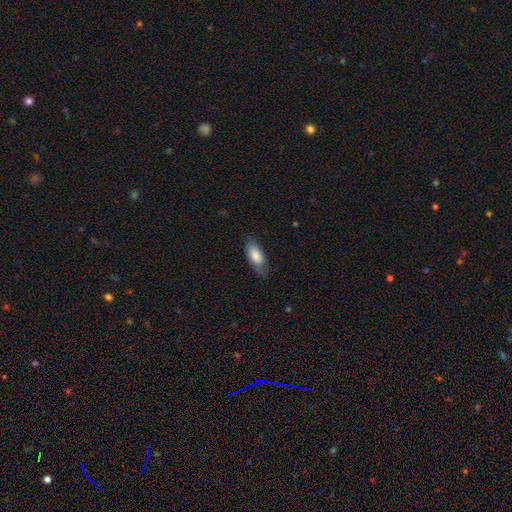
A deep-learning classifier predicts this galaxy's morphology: A smooth galaxy with no disk features (79%) that is in between round and cigar-shaped (82%). Merging: none (73%).